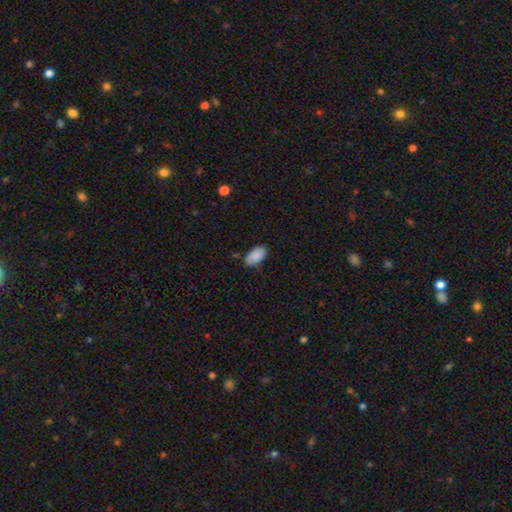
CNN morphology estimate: Smooth or featured: smooth — 87% (star or artifact — 7%)
How rounded: in between — 95% (round — 4%)
Merging: none — 73% (minor disturbance — 21%)